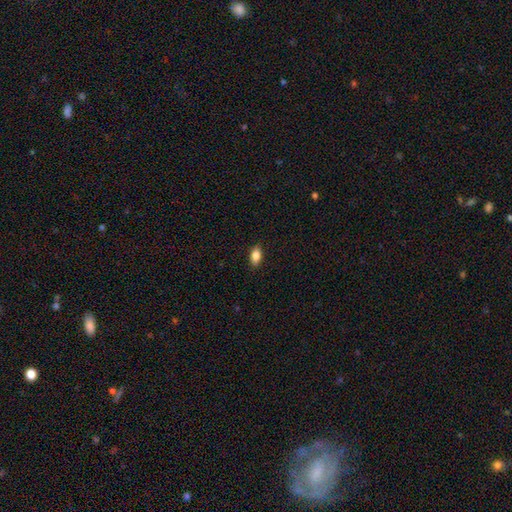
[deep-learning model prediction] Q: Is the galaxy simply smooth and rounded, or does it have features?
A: smooth — 86%.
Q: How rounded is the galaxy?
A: in between — 89%.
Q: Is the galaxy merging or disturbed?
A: none — 88%.